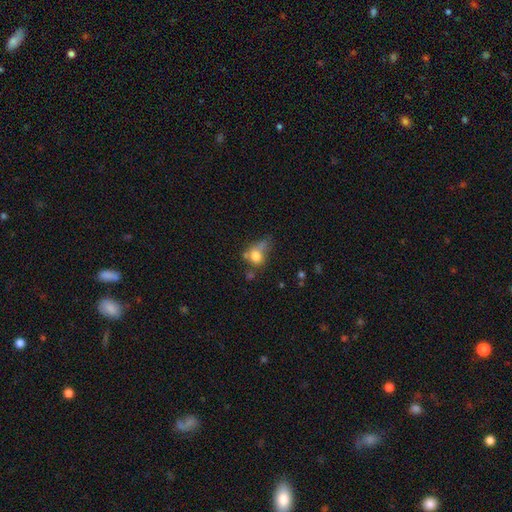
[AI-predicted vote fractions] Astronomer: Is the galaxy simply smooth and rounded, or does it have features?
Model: smooth — 72%.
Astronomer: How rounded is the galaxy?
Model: round — 54% (runner-up: in between, 44%).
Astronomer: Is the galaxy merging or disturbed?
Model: none — 29% (runner-up: minor disturbance, 26%).